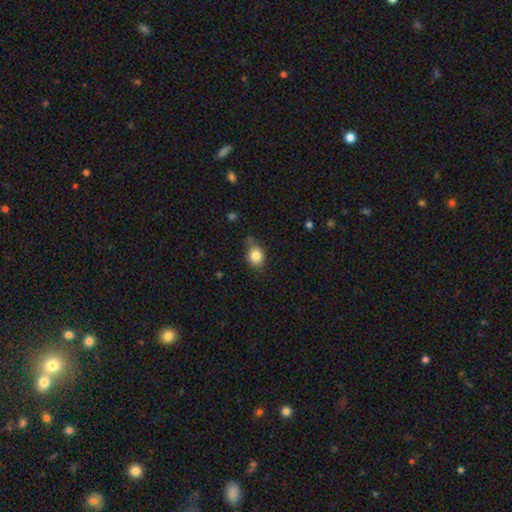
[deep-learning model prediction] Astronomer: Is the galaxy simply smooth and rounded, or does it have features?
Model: smooth — 82%.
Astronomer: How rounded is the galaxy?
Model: in between — 58% (runner-up: round, 41%).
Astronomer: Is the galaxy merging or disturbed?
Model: none — 66%.